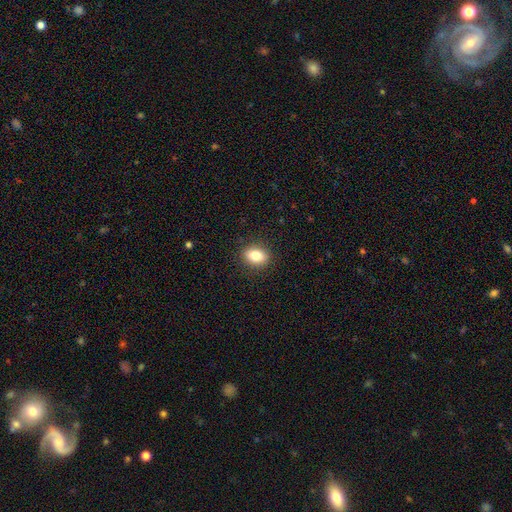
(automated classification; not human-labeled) smooth_or_featured: smooth (p=0.84) [alt: star or artifact p=0.09]
how_rounded: in between (p=0.74) [alt: round p=0.24]
merging: none (p=0.89) [alt: minor disturbance p=0.08]